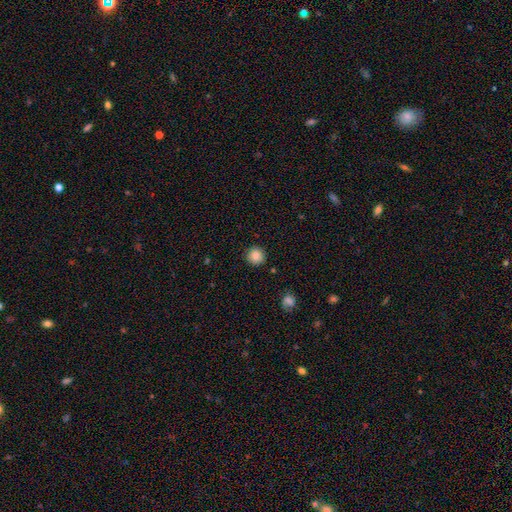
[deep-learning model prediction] Smooth or featured?
  - smooth: 86% *
  - star or artifact: 9%
  - featured or disk: 5%
How rounded?
  - round: 94% *
  - in between: 5%
  - cigar-shaped: 1%
Merging?
  - none: 90% *
  - minor disturbance: 7%
  - major disturbance: 2%
  - merger: 1%